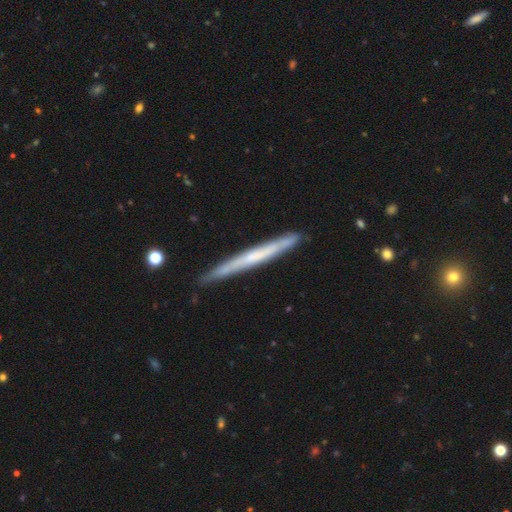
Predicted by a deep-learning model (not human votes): The model was most divided on "smooth or featured": featured or disk: 58%, smooth: 36%, star or artifact: 6%. More confident: edge-on disk — yes (95%); merging — none (86%); edge-on bulge — none (80%).